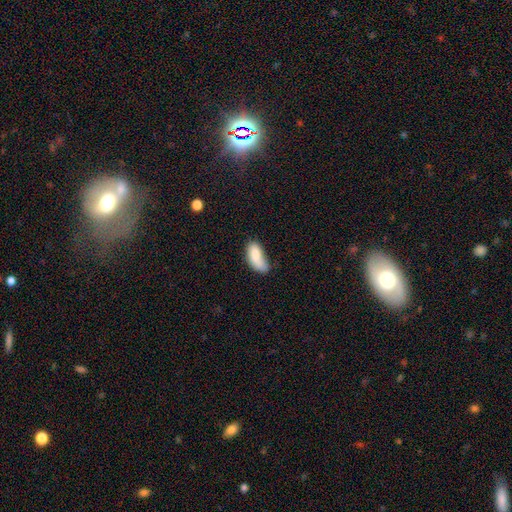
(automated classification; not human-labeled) A smooth galaxy with no disk features (81%) that is in between round and cigar-shaped (88%).

Vote fractions:
- Smooth or featured? smooth: 81% / featured or disk: 12% / star or artifact: 7%
- How rounded? in between: 88% / cigar-shaped: 10% / round: 3%
- Merging? minor disturbance: 38% / none: 37% / major disturbance: 18% / merger: 7%